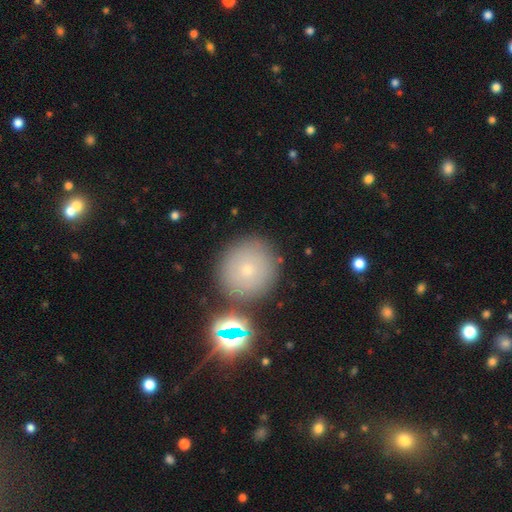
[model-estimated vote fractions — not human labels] This appears to be a smooth galaxy with no disk features (61%) that is round (94%). Merging: none (84%).